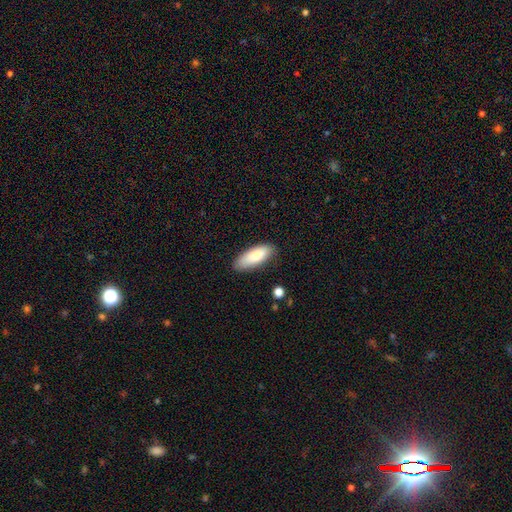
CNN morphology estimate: This appears to be a smooth galaxy with no disk features (82%) that is in between round and cigar-shaped (71%). Merging: none (84%).